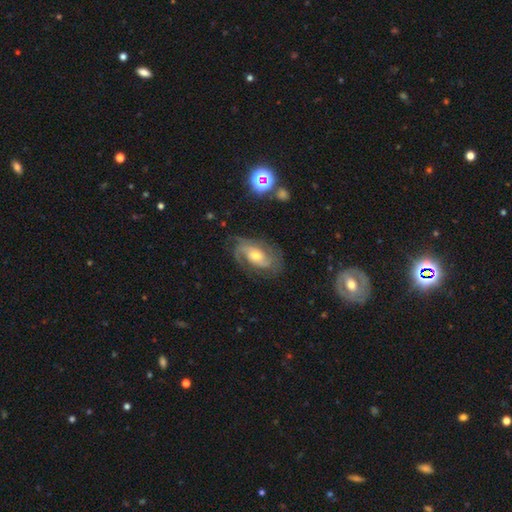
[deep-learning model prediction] smooth-or-featured: featured or disk: 84% | smooth: 9% | star or artifact: 7%
  disk-edge-on: no: 96% | yes: 4%
    bar: no: 59% | weak: 32% | strong: 10%
    has-spiral-arms: yes: 96% | no: 4%
      spiral-winding: tight: 45% | medium: 42% | loose: 13%
      spiral-arm-count: 2: 41% | 3: 25% | can't tell: 19% | 4: 6% | 1: 5% | more than 4: 4%
    bulge-size: moderate: 60% | small: 32% | large: 5% | none: 1% | dominant: 1%
  merging: none: 72% | minor disturbance: 17% | major disturbance: 9% | merger: 1%